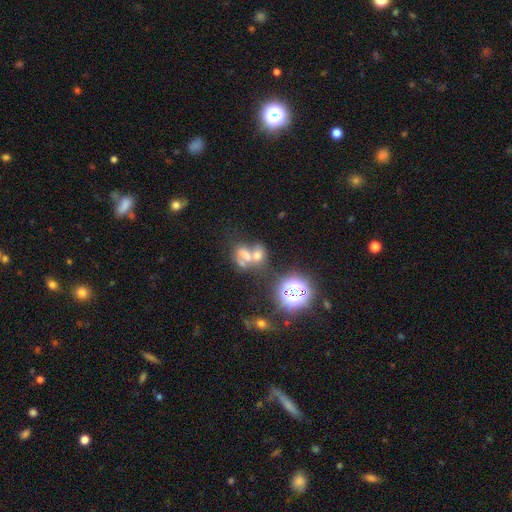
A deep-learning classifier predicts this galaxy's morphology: smooth 43%, star or artifact 35%, featured or disk 22%. Down the decision tree: merging — merger (55%).